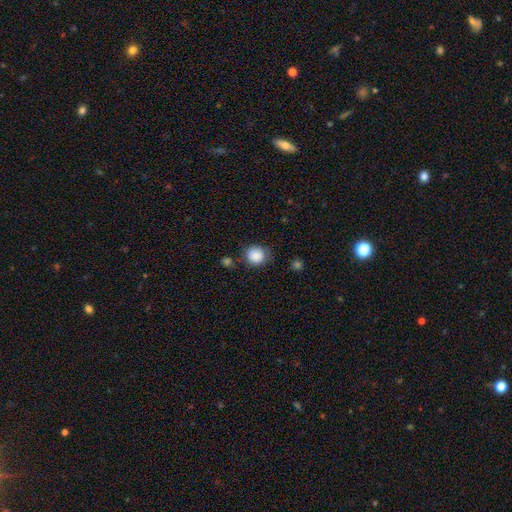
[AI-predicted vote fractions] Smooth or featured?
  - smooth: 88% *
  - star or artifact: 9%
  - featured or disk: 3%
How rounded?
  - round: 87% *
  - in between: 12%
  - cigar-shaped: 1%
Merging?
  - none: 76% *
  - minor disturbance: 16%
  - major disturbance: 5%
  - merger: 4%